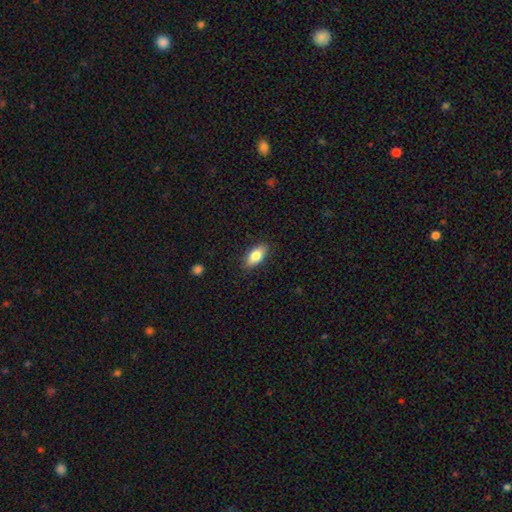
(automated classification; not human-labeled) This appears to be a smooth galaxy with no disk features (81%) that is in between round and cigar-shaped (88%). Merging: none (86%).